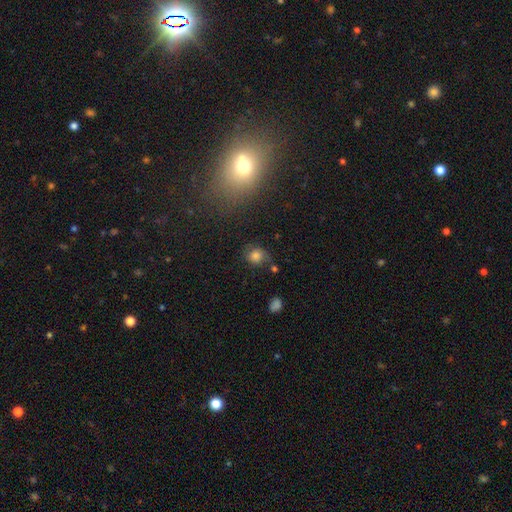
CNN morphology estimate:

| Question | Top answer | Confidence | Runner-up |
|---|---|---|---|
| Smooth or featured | smooth | 75% | featured or disk (13%) |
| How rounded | round | 75% | in between (24%) |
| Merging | none | 59% | minor disturbance (23%) |